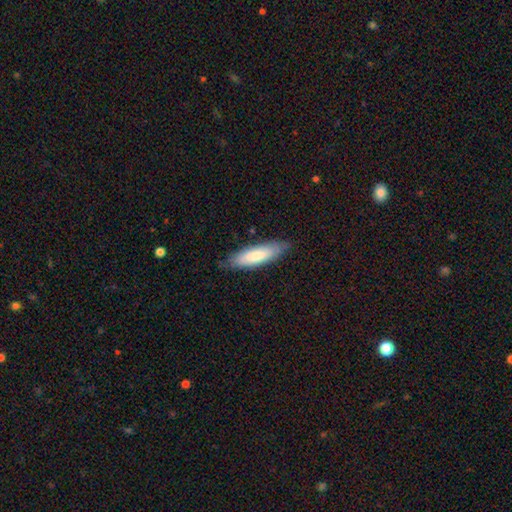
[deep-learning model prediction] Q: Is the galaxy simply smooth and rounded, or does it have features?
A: smooth — 75%.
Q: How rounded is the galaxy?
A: cigar-shaped — 56%.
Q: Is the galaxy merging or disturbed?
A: none — 82%.